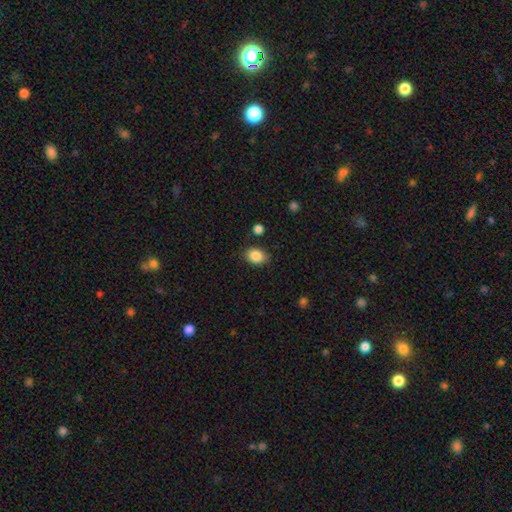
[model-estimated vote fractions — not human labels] Smooth or featured? Predicted: smooth (p=0.87). How rounded? Predicted: in between (p=0.60). Merging? Predicted: none (p=0.82).